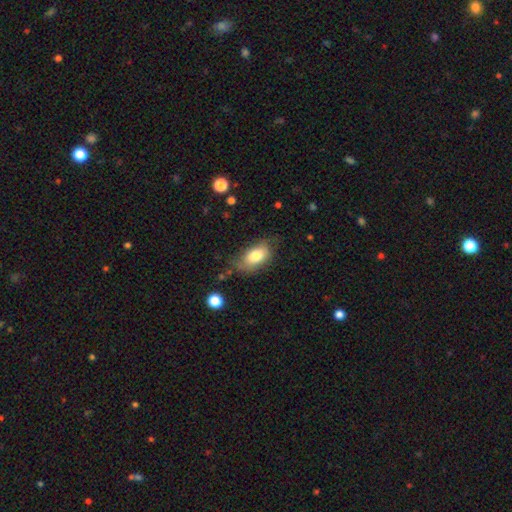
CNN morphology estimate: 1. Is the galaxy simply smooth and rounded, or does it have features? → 80% smooth, 13% featured or disk, 7% star or artifact.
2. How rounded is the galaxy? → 90% in between, 7% round, 3% cigar-shaped.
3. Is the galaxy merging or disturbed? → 65% none, 24% minor disturbance, 8% major disturbance, 2% merger.